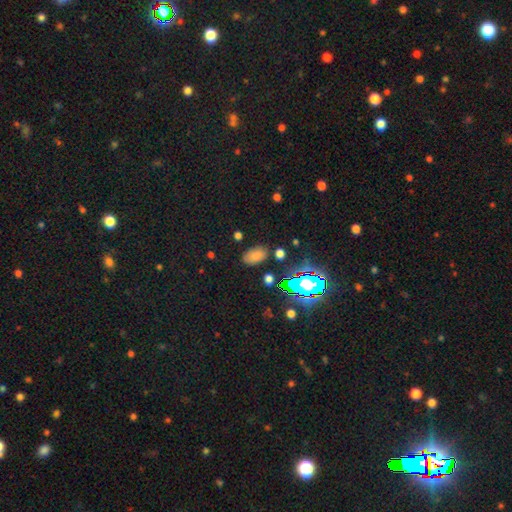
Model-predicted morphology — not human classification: smooth 73%, star or artifact 19%, featured or disk 8%. Down the decision tree: how rounded — in between (91%); merging — none (81%).